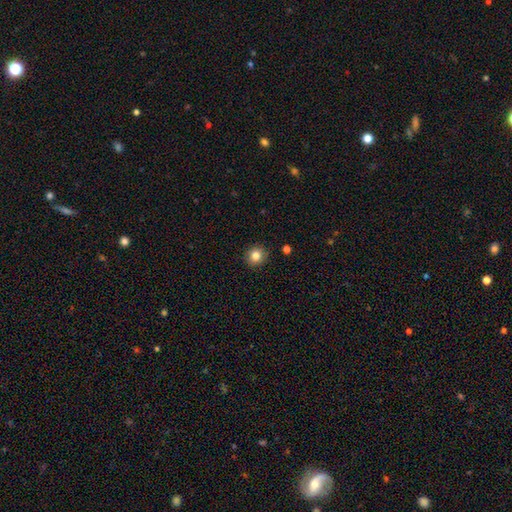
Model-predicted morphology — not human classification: Smooth or featured? smooth (83%)
How rounded? round (90%)
Merging? none (91%)